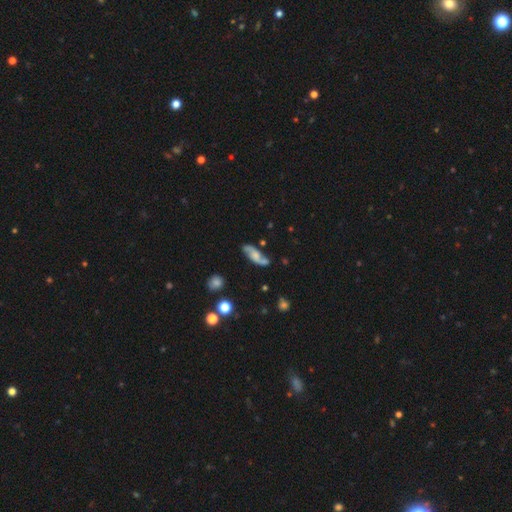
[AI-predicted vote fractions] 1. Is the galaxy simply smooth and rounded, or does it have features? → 66% featured or disk, 27% smooth, 7% star or artifact.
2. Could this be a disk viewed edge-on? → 88% no, 12% yes.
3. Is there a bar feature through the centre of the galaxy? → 59% no, 33% weak, 8% strong.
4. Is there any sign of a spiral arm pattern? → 92% yes, 8% no.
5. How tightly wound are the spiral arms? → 57% loose, 31% medium, 12% tight.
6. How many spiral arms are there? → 90% 2, 5% can't tell, 2% 1, 1% 3, 1% 4, 1% more than 4.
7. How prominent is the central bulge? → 33% moderate, 29% small, 25% none, 11% large, 2% dominant.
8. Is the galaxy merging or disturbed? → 71% none, 18% minor disturbance, 6% major disturbance, 6% merger.